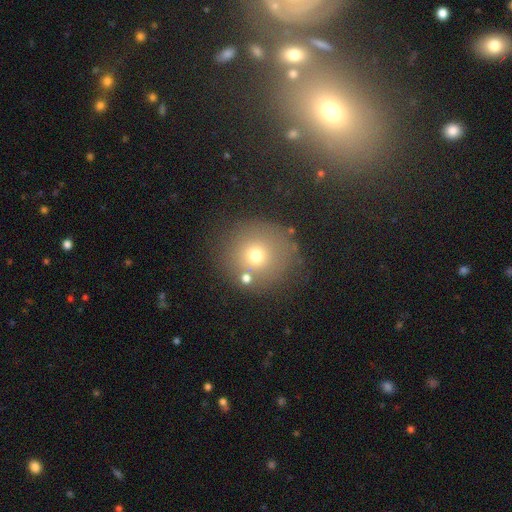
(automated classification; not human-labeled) smooth 68%, star or artifact 17%, featured or disk 15%. Down the decision tree: how rounded — round (93%); merging — none (76%).